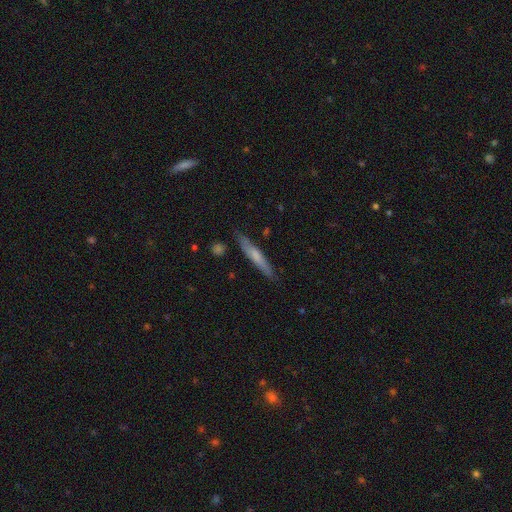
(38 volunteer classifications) Smooth or featured? smooth (58%)
How rounded? cigar-shaped (95%)
Merging? none (84%)